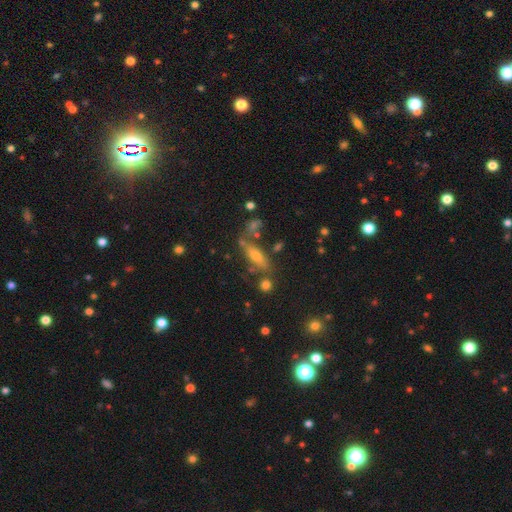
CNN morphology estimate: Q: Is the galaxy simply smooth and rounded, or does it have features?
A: smooth — 49%.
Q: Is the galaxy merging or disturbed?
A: none — 62%.